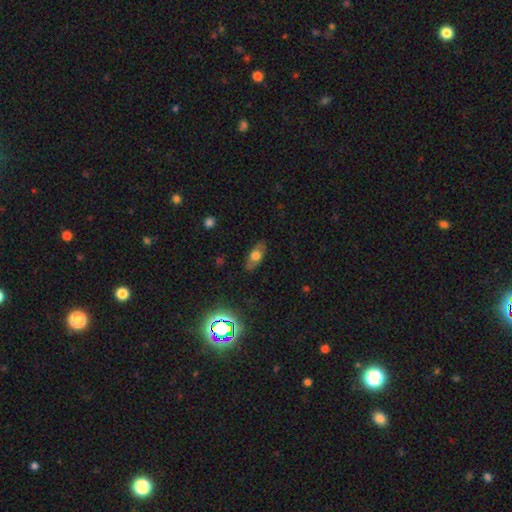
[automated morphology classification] The model was most divided on "smooth or featured": smooth: 59%, featured or disk: 30%, star or artifact: 11%. More confident: merging — none (83%); how rounded — in between (80%).